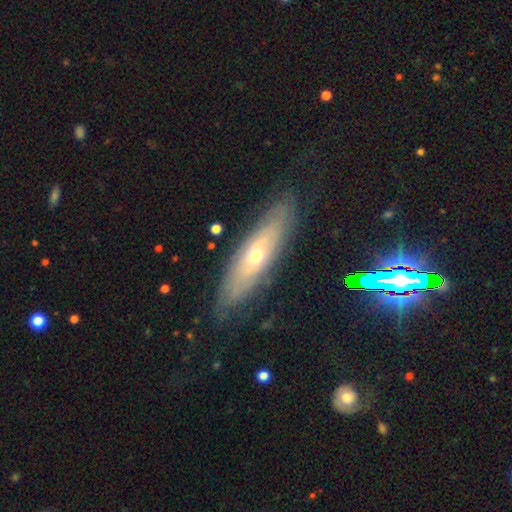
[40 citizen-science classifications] Volunteers were most divided on "spiral arms": no: 56%, yes: 44%. More confident: bar — no (81%); smooth or featured — featured or disk (70%); bulge size — small (69%); merging — none (63%); edge-on disk — no (57%).